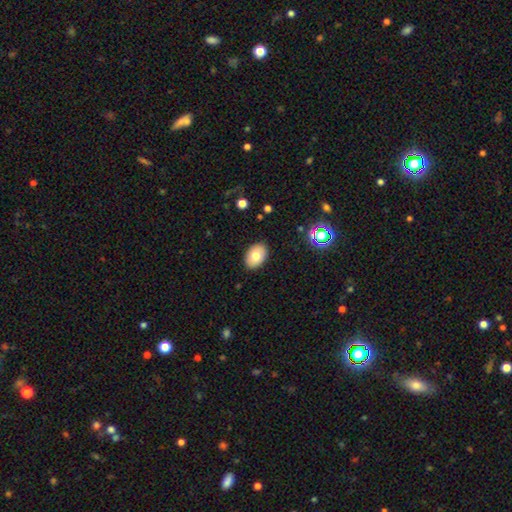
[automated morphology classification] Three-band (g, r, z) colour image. It shows a smooth galaxy with no disk features (76%) that is in between round and cigar-shaped (85%). Merging: none (89%).